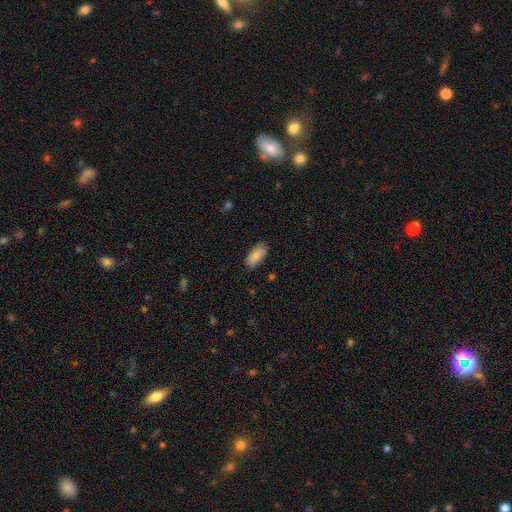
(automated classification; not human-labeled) This appears to be a smooth galaxy with no disk features (87%) that is in between round and cigar-shaped (89%). Merging: none (82%).